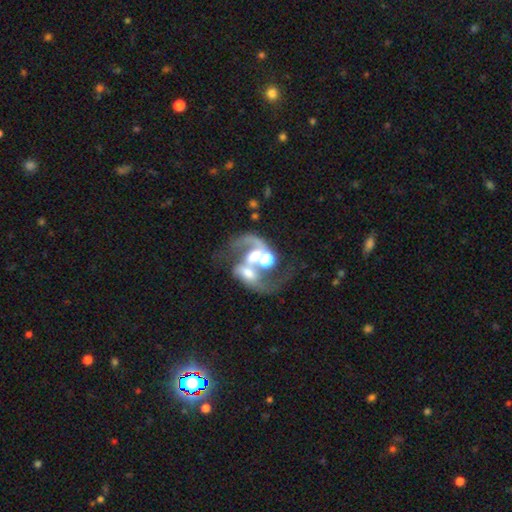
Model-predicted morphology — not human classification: Smooth or featured: featured or disk — 68% (smooth — 19%)
Edge-on disk: no — 97% (yes — 3%)
Bar: no — 59% (weak — 25%)
Spiral arms: yes — 76% (no — 24%)
Bulge size: moderate — 44% (large — 24%)
Merging: merger — 67% (major disturbance — 16%)